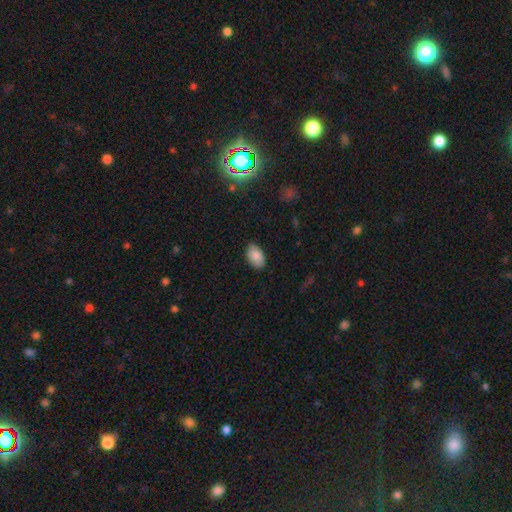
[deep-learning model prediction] A smooth galaxy with no disk features (87%) that is in between round and cigar-shaped (92%). Merging: none (86%).